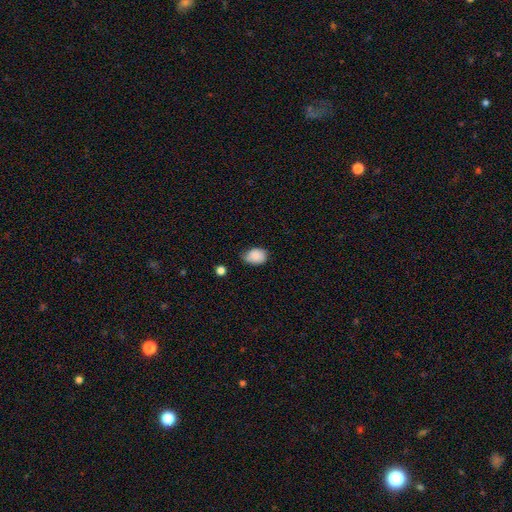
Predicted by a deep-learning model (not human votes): This appears to be a smooth galaxy with no disk features (86%) that is in between round and cigar-shaped (71%). Merging: none (57%).